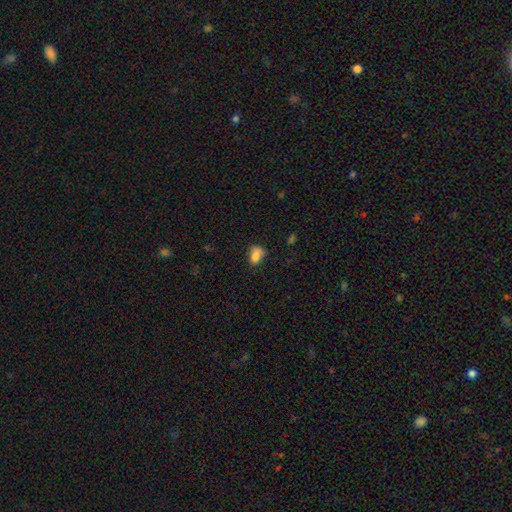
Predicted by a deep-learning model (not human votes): This appears to be a smooth galaxy with no disk features (82%) that is in between round and cigar-shaped (78%). Merging: none (51%).